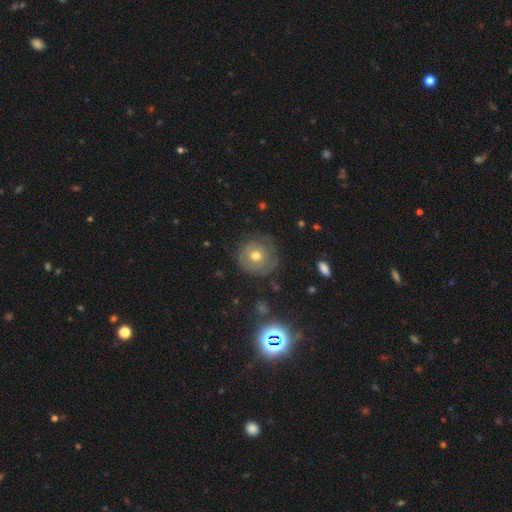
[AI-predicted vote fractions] This is possibly a featured or disk galaxy (45%). Merging: likely none (74%).